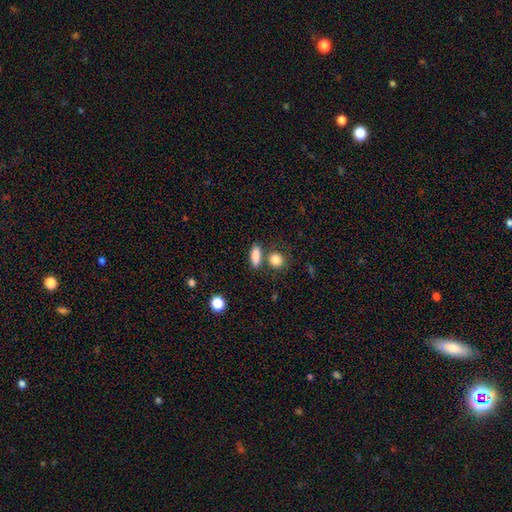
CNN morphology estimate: Smooth or featured? smooth (86%)
How rounded? in between (70%)
Merging? none (71%)